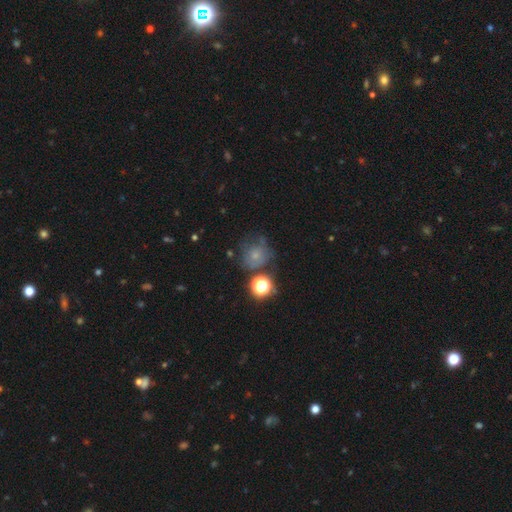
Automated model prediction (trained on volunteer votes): A smooth galaxy with no disk features (57%) that is round (80%). Merging: none (50%).